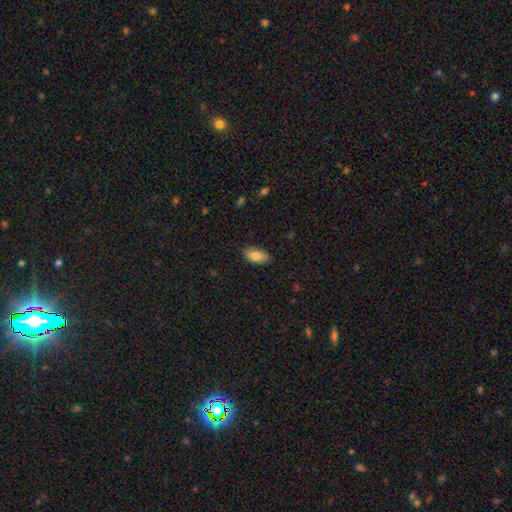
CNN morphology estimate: smooth_or_featured: smooth (p=0.79) [alt: featured or disk p=0.14]
how_rounded: in between (p=0.91) [alt: cigar-shaped p=0.06]
merging: none (p=0.82) [alt: minor disturbance p=0.15]